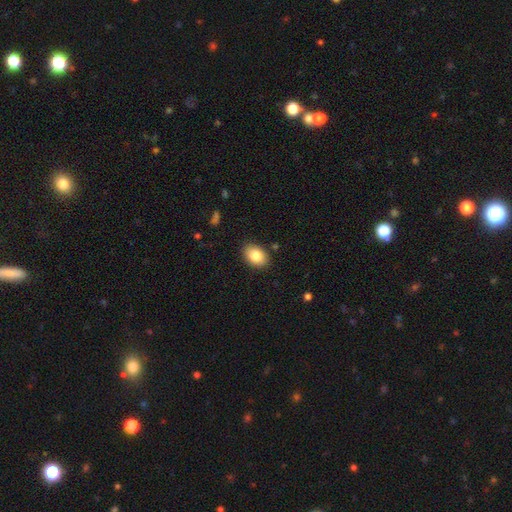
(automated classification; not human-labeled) This appears to be a smooth galaxy with no disk features (84%) that is in between round and cigar-shaped (81%). Merging: none (88%).